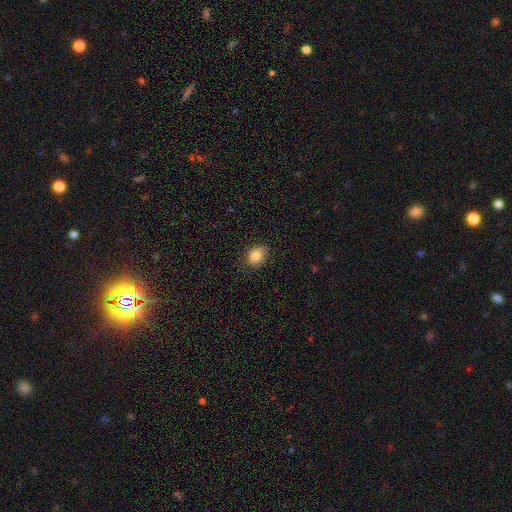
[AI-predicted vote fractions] The model was most divided on "how rounded": in between: 63%, round: 36%, cigar-shaped: 1%. More confident: smooth or featured — smooth (85%); merging — none (82%).